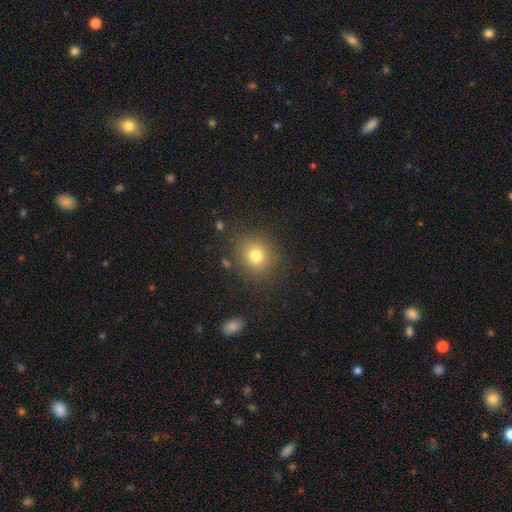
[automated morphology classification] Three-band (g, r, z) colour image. It shows a smooth galaxy with no disk features (77%) that is round (83%). Merging: none (85%).